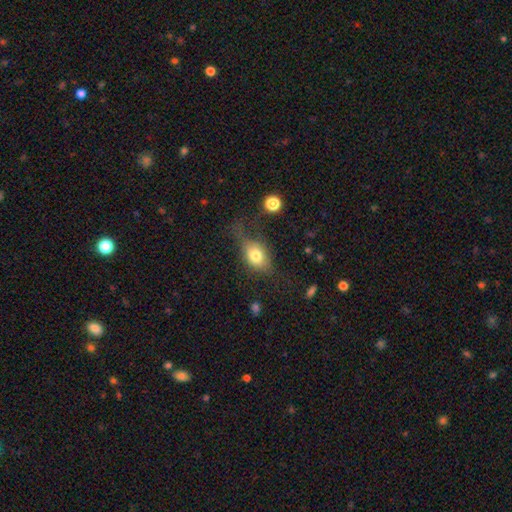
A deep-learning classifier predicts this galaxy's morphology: A smooth galaxy with no disk features (74%) that is in between round and cigar-shaped (65%).

Vote fractions:
- Smooth or featured? smooth: 74% / featured or disk: 16% / star or artifact: 10%
- How rounded? in between: 65% / round: 33% / cigar-shaped: 2%
- Merging? none: 43% / major disturbance: 27% / minor disturbance: 26% / merger: 4%